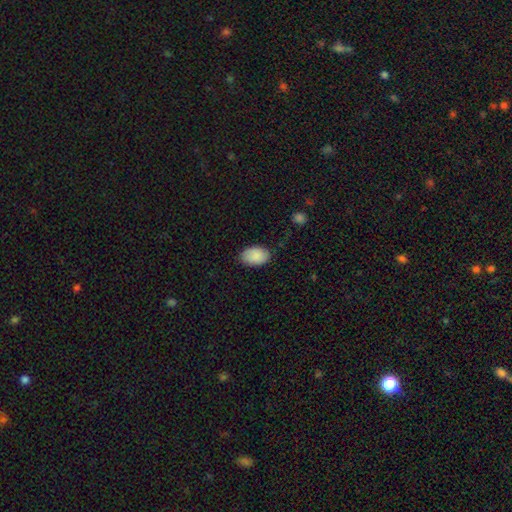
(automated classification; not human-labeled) Smooth or featured? smooth (89%)
How rounded? in between (90%)
Merging? none (81%)